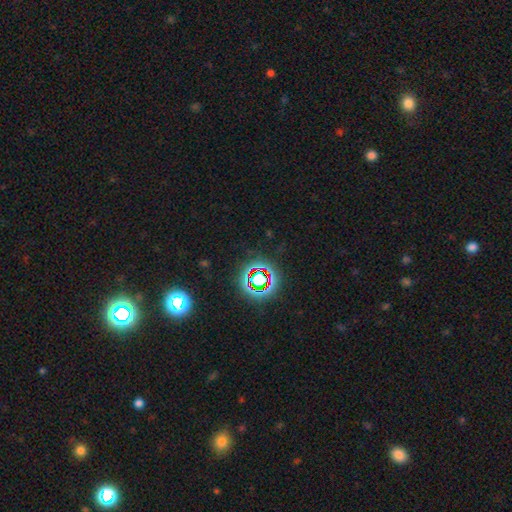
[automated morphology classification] The model was most divided on "smooth or featured": star or artifact: 71%, smooth: 17%, featured or disk: 12%.